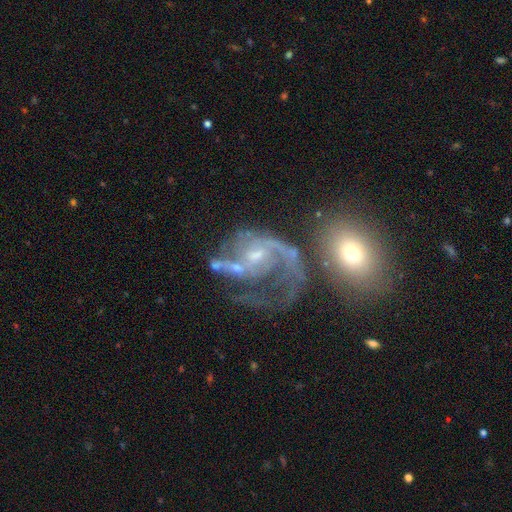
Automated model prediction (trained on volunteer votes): Q: Smooth or featured?
A: featured or disk (83%); runner-up: star or artifact (9%)
Q: Edge-on disk?
A: no (97%); runner-up: yes (3%)
Q: Bar?
A: no (55%); runner-up: weak (35%)
Q: Spiral arms?
A: yes (88%); runner-up: no (12%)
Q: Spiral winding?
A: medium (44%); runner-up: loose (37%)
Q: Spiral arm count?
A: 2 (49%); runner-up: can't tell (18%)
Q: Bulge size?
A: small (59%); runner-up: moderate (30%)
Q: Merging?
A: major disturbance (37%); runner-up: none (29%)